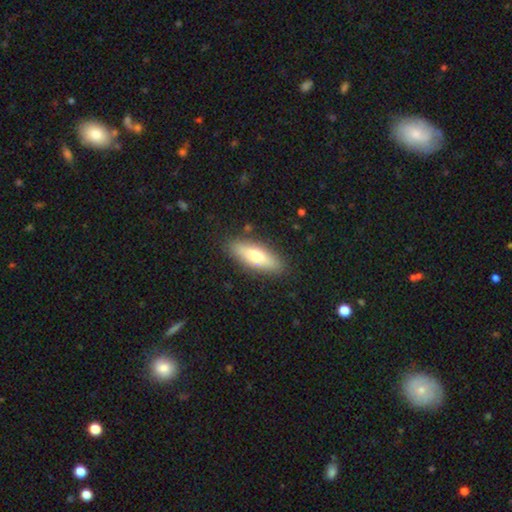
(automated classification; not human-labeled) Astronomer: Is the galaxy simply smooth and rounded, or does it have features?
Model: smooth — 68%.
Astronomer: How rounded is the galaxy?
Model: cigar-shaped — 50% (runner-up: in between, 48%).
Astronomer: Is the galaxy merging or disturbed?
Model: none — 87%.